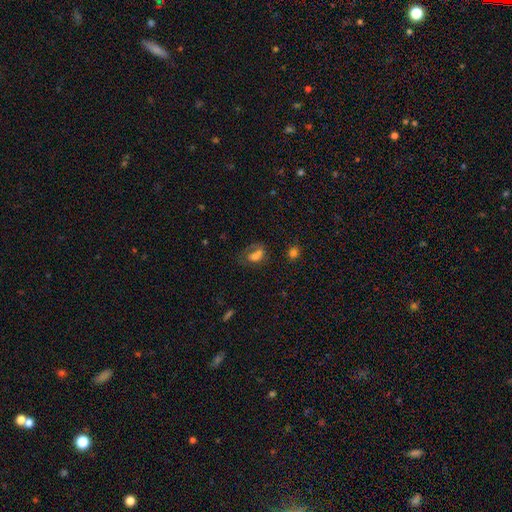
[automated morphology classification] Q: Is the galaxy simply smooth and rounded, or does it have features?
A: smooth — 57%.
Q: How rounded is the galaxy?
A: in between — 73%.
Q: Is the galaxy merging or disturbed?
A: none — 30%.